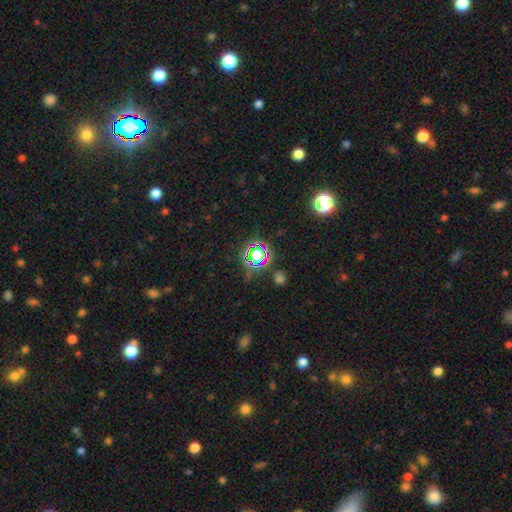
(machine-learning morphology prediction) This is likely a star or artifact rather than a galaxy (64%).